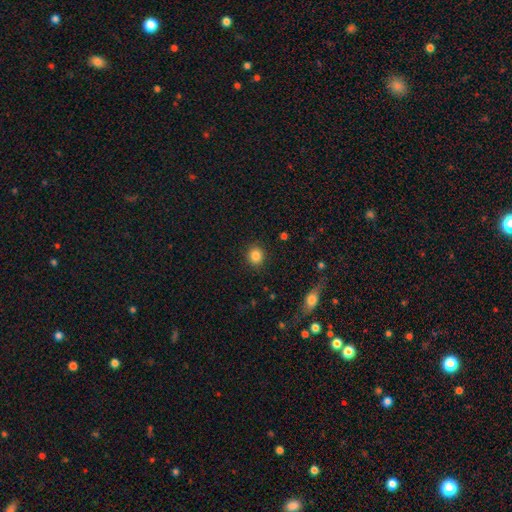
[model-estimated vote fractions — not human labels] Smooth or featured?
  - smooth: 85% *
  - star or artifact: 10%
  - featured or disk: 5%
How rounded?
  - round: 82% *
  - in between: 17%
  - cigar-shaped: 1%
Merging?
  - none: 90% *
  - minor disturbance: 7%
  - major disturbance: 2%
  - merger: 1%